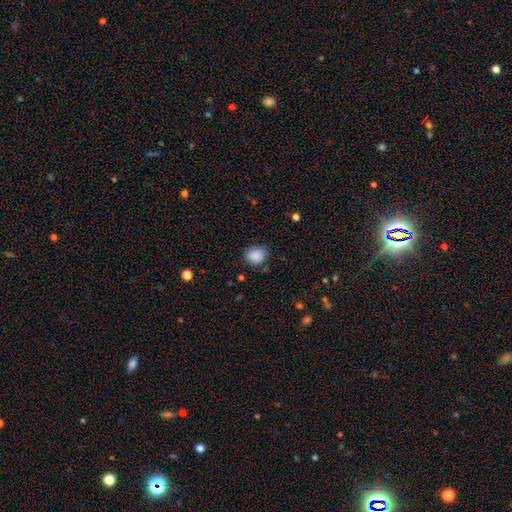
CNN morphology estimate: This is clearly a smooth galaxy (88%). How rounded: likely round (64%). Merging: likely none (78%).